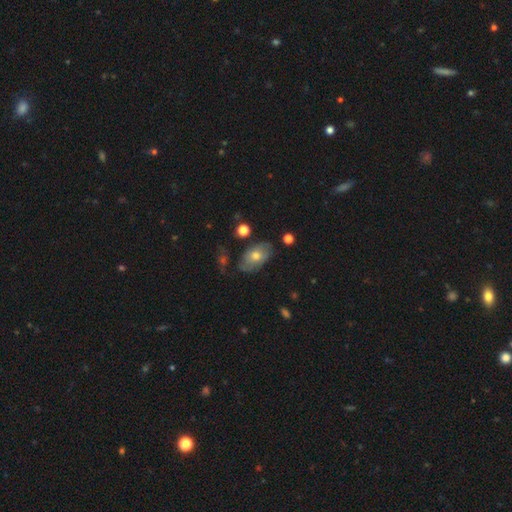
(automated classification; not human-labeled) Smooth or featured? smooth (56%)
How rounded? in between (89%)
Merging? none (64%)